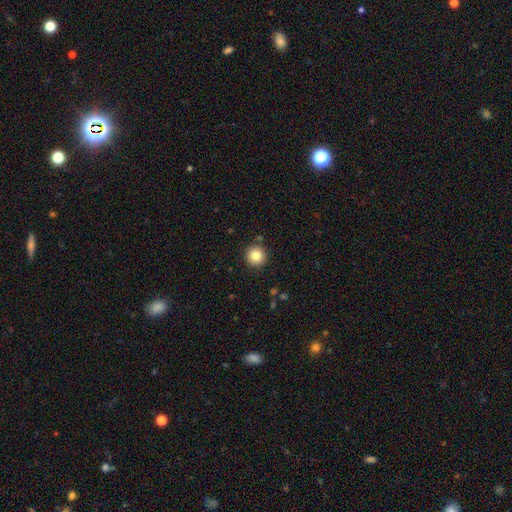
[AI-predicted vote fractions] smooth_or_featured: smooth (p=0.82) [alt: star or artifact p=0.11]
how_rounded: round (p=0.96) [alt: in between p=0.03]
merging: none (p=0.90) [alt: minor disturbance p=0.06]